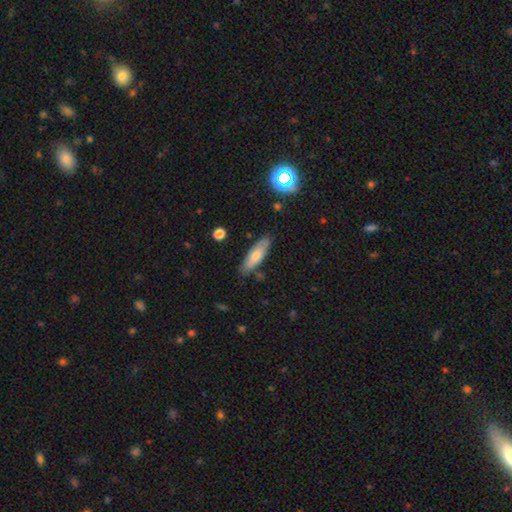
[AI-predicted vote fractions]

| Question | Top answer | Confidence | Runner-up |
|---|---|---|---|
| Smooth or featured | smooth | 69% | featured or disk (25%) |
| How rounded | cigar-shaped | 50% | in between (48%) |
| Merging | none | 81% | minor disturbance (14%) |